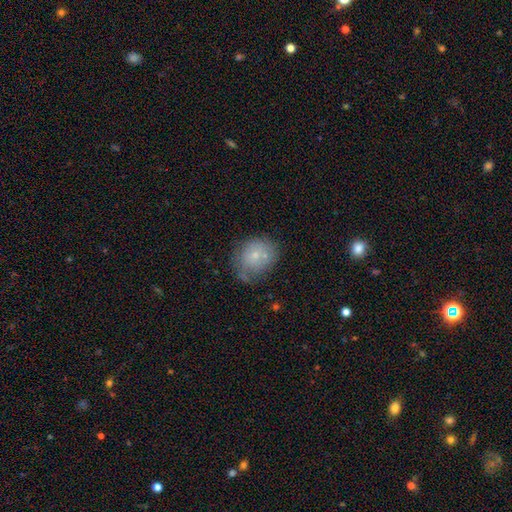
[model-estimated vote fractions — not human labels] Smooth or featured? smooth (65%)
How rounded? round (66%)
Merging? none (49%)